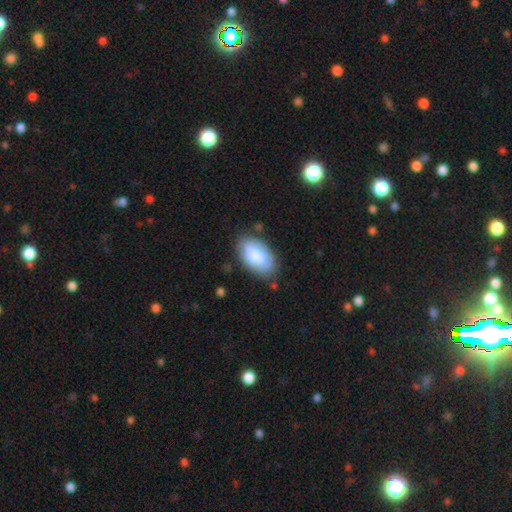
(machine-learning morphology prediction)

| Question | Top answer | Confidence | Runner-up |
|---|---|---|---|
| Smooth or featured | smooth | 73% | featured or disk (21%) |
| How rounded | in between | 94% | round (3%) |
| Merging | none | 72% | minor disturbance (20%) |